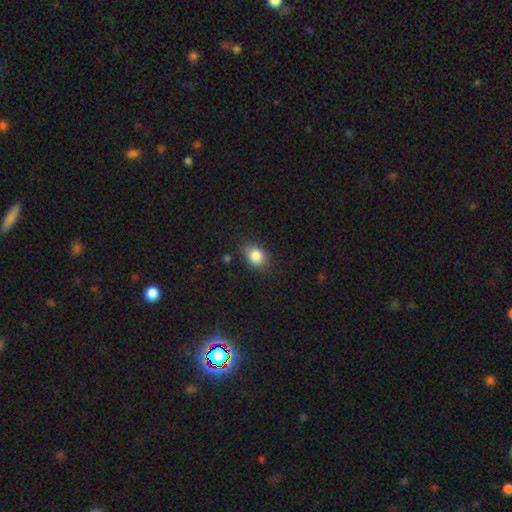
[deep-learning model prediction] Overall: smooth (85%). How rounded: in between (65%; round 34%). Merging: none (80%).